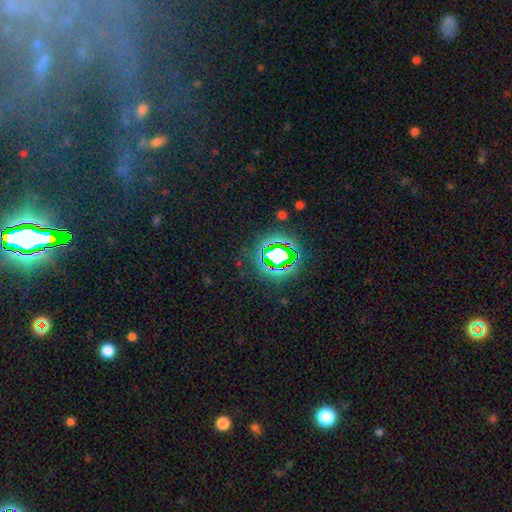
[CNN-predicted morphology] Smooth or featured: star or artifact — 67% (featured or disk — 18%)